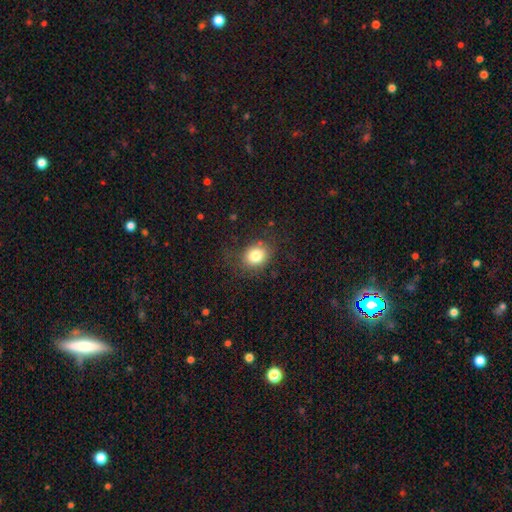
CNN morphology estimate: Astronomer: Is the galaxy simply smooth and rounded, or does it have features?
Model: smooth — 81%.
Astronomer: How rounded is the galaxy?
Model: round — 56% (runner-up: in between, 43%).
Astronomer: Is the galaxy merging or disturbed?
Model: none — 77%.